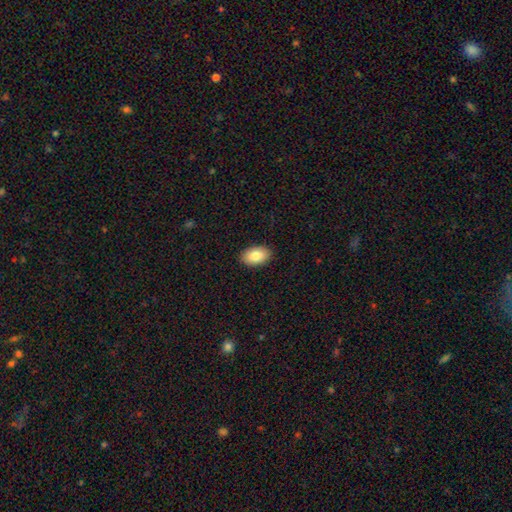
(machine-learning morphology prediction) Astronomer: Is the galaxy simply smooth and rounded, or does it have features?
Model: smooth — 84%.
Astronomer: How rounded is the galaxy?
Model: in between — 91%.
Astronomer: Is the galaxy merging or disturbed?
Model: none — 90%.